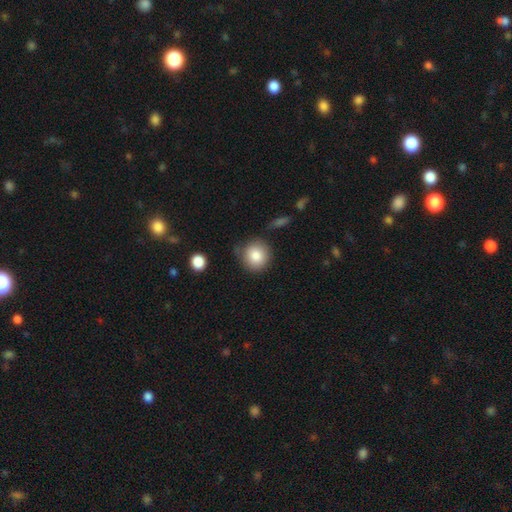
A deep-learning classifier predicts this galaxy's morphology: Q: Smooth or featured?
A: smooth (84%); runner-up: star or artifact (8%)
Q: How rounded?
A: round (89%); runner-up: in between (10%)
Q: Merging?
A: none (74%); runner-up: minor disturbance (17%)